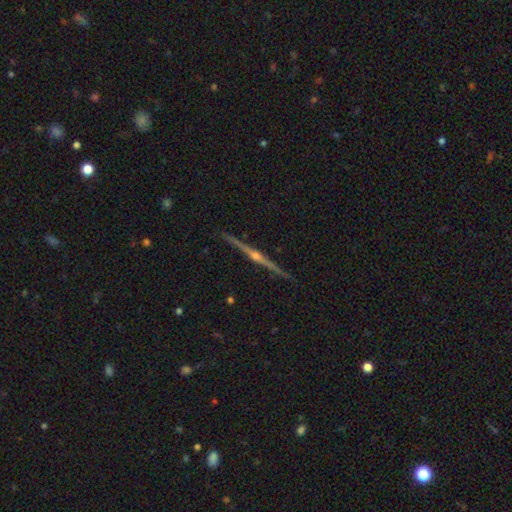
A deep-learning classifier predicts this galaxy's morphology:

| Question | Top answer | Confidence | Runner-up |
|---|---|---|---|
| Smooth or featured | featured or disk | 89% | smooth (6%) |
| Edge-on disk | yes | 99% | no (1%) |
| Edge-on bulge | rounded | 92% | none (4%) |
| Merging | none | 93% | minor disturbance (5%) |